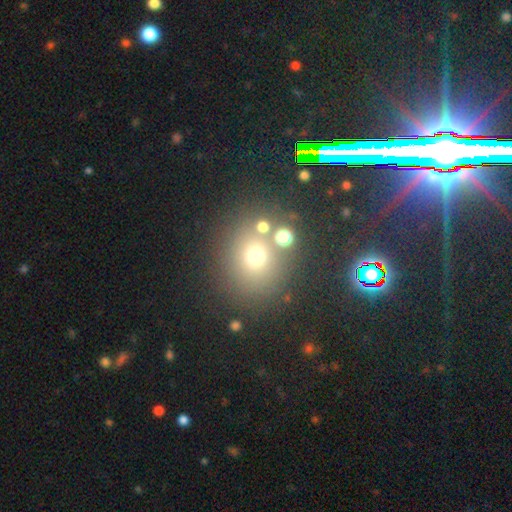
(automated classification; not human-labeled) Smooth or featured? smooth (63%)
How rounded? round (78%)
Merging? none (73%)